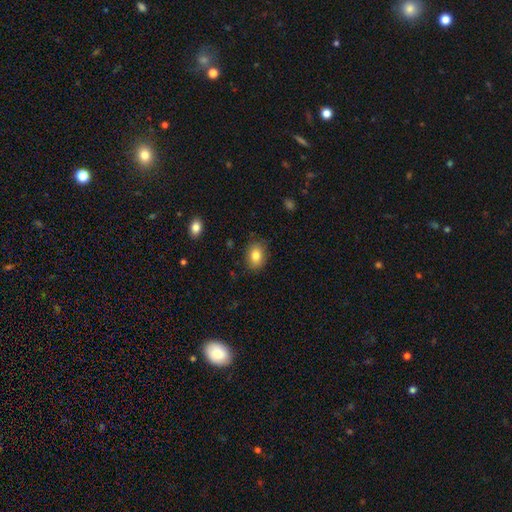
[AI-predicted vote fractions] smooth 82%, featured or disk 9%, star or artifact 9%. Down the decision tree: how rounded — in between (75%); merging — none (85%).